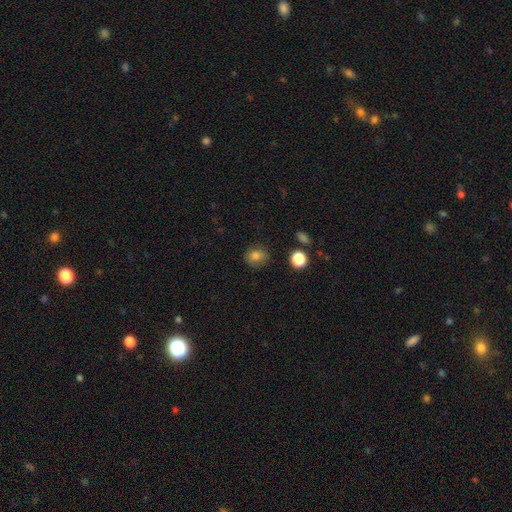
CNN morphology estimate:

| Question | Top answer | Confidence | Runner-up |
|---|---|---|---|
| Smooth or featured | smooth | 80% | star or artifact (12%) |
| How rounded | round | 66% | in between (33%) |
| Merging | none | 82% | minor disturbance (13%) |